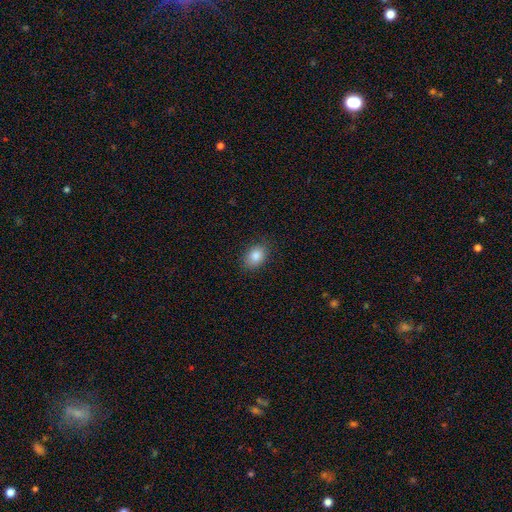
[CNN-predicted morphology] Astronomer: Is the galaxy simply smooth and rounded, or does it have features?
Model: smooth — 85%.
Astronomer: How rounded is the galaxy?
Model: in between — 75%.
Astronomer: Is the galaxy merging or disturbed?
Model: none — 85%.